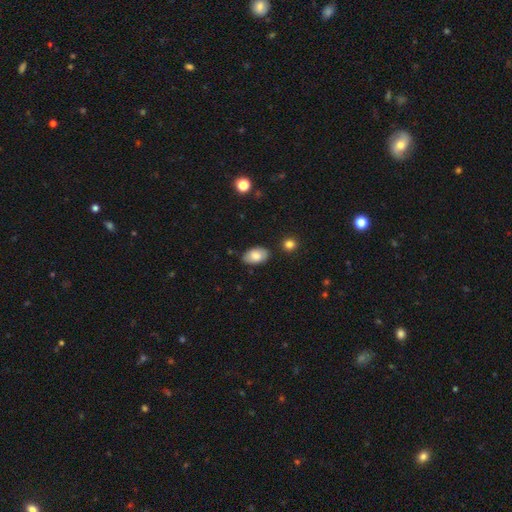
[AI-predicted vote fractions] smooth-or-featured: smooth: 82% | featured or disk: 11% | star or artifact: 7%
  how-rounded: in between: 93% | round: 5% | cigar-shaped: 1%
  merging: none: 82% | minor disturbance: 13% | major disturbance: 2% | merger: 2%